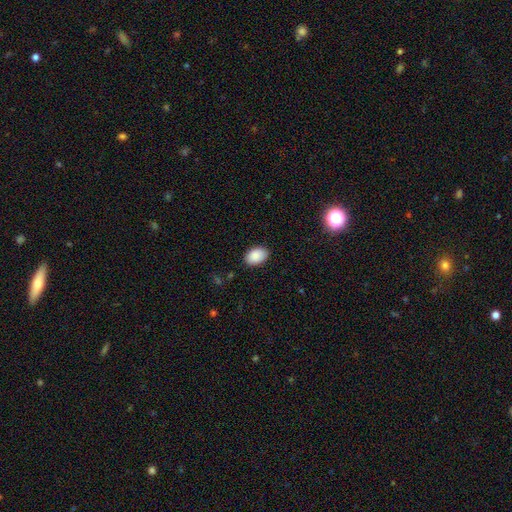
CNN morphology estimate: type=smooth (90%); roundness=in between (88%); merging=none (87%).